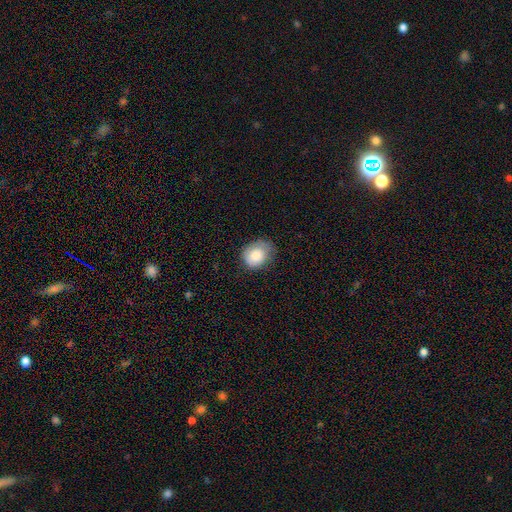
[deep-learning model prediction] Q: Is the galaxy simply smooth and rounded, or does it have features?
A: smooth — 83%.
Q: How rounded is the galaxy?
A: round — 52%.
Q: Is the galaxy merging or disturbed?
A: none — 60%.